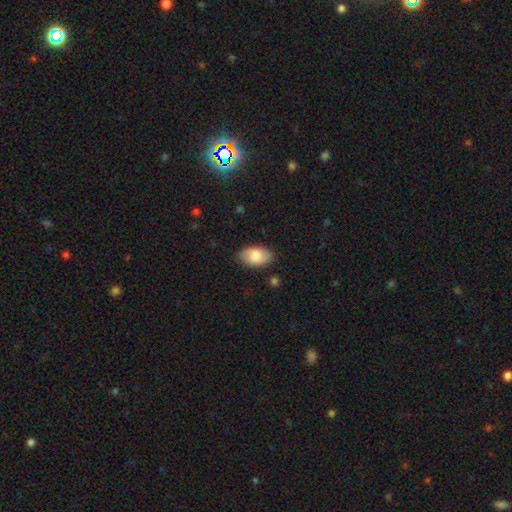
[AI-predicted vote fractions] Overall: smooth (81%). How rounded: in between (94%). Merging: none (84%).